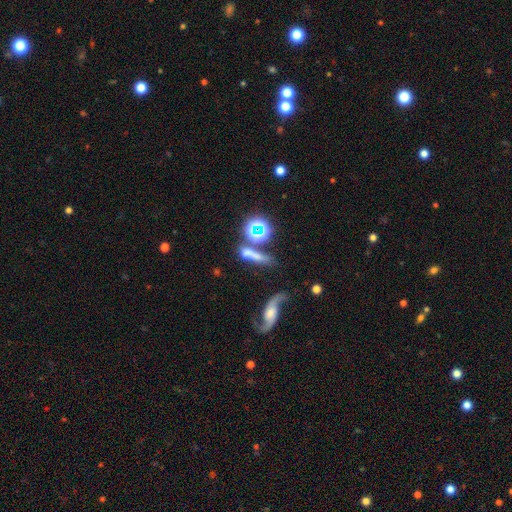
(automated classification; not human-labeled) A smooth galaxy with no disk features (49%).

Vote fractions:
- Smooth or featured? smooth: 49% / featured or disk: 29% / star or artifact: 22%
- Merging? none: 40% / merger: 31% / minor disturbance: 16% / major disturbance: 14%